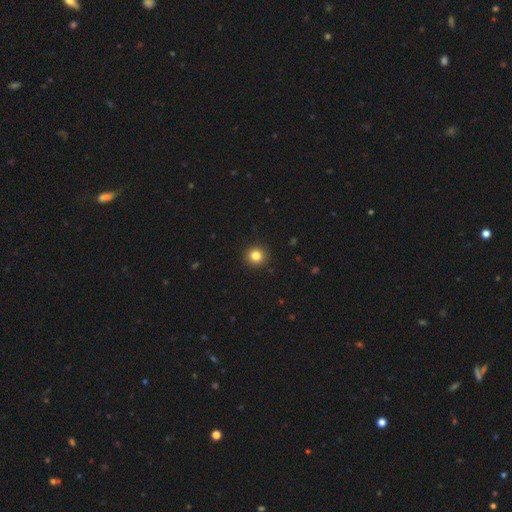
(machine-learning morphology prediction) Smooth or featured? smooth (83%)
How rounded? round (93%)
Merging? none (93%)